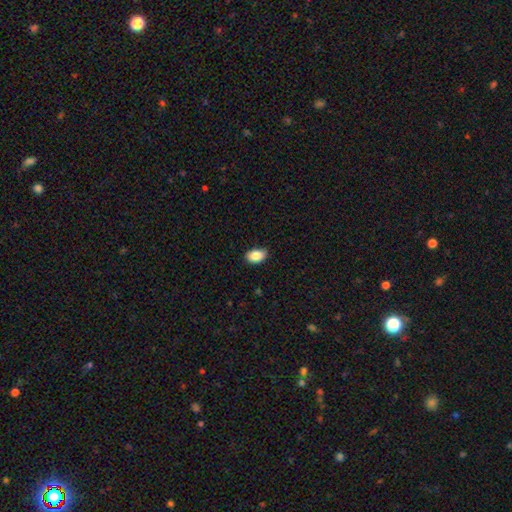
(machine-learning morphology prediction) Q: Smooth or featured?
A: smooth (87%); runner-up: star or artifact (8%)
Q: How rounded?
A: in between (87%); runner-up: round (12%)
Q: Merging?
A: none (82%); runner-up: minor disturbance (15%)